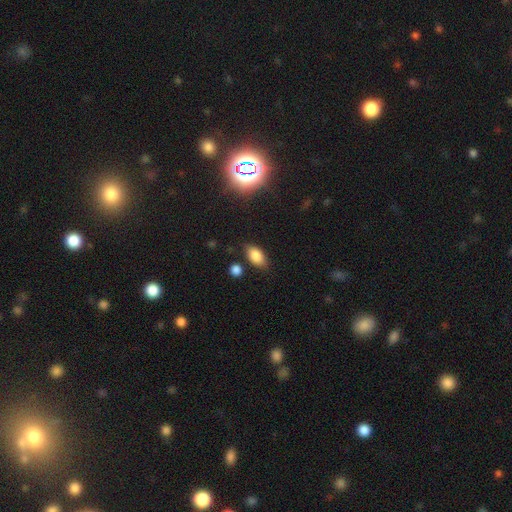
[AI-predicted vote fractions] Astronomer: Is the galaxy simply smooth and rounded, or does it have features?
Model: smooth — 83%.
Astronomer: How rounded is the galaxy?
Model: in between — 90%.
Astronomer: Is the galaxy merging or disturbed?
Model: none — 79%.